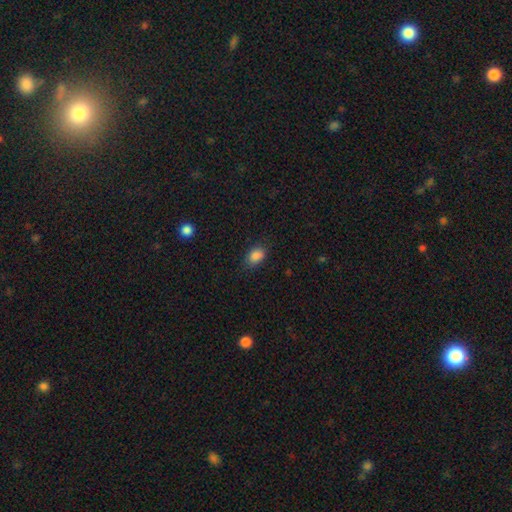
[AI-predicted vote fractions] Smooth or featured: smooth — 86% (star or artifact — 9%)
How rounded: in between — 82% (round — 16%)
Merging: none — 79% (minor disturbance — 17%)